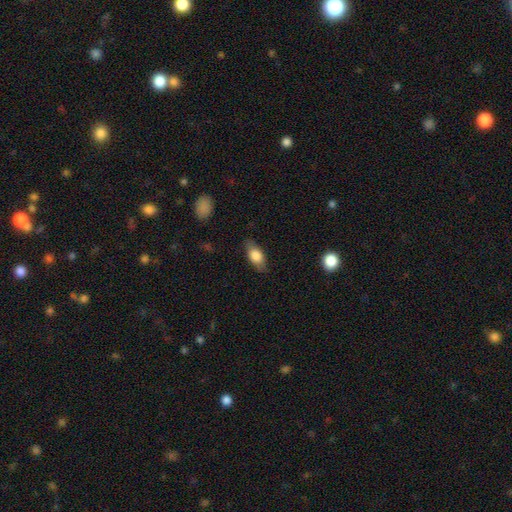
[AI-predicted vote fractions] A smooth galaxy with no disk features (74%) that is in between round and cigar-shaped (83%). Merging: none (81%).